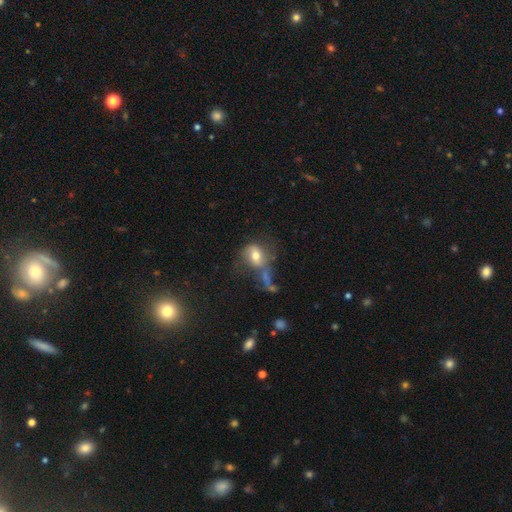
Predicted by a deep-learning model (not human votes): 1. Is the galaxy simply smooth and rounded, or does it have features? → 59% smooth, 30% featured or disk, 10% star or artifact.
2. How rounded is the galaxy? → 61% in between, 36% round, 2% cigar-shaped.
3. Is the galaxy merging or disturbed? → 32% none, 27% major disturbance, 21% merger, 20% minor disturbance.